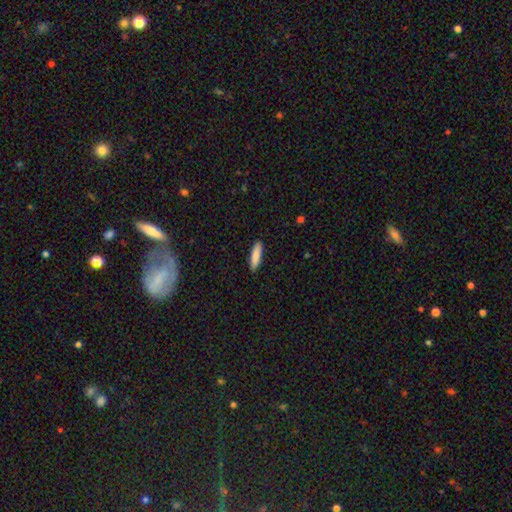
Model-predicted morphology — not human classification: Q: Smooth or featured?
A: smooth (88%); runner-up: featured or disk (6%)
Q: How rounded?
A: cigar-shaped (63%); runner-up: in between (36%)
Q: Merging?
A: none (90%); runner-up: minor disturbance (7%)